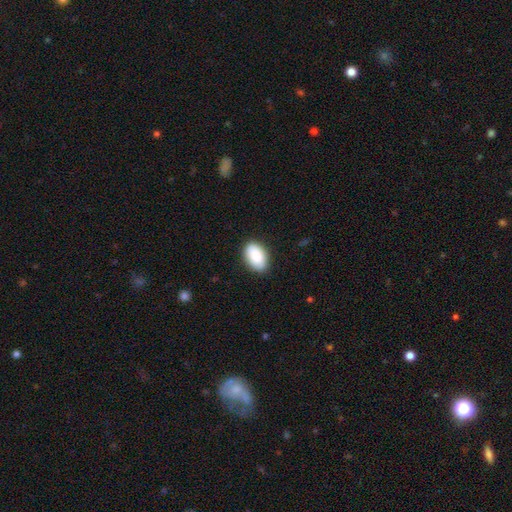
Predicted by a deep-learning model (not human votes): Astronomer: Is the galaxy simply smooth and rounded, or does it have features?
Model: smooth — 88%.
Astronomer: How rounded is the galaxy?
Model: in between — 92%.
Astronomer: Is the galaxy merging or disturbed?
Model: none — 87%.